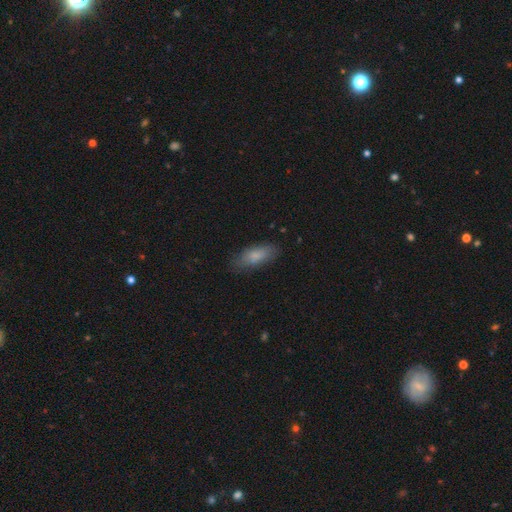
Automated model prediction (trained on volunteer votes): Smooth or featured? smooth (81%)
How rounded? in between (75%)
Merging? none (80%)